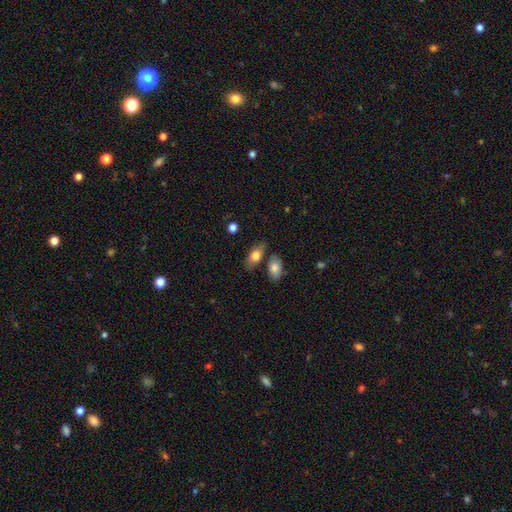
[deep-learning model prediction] A smooth galaxy with no disk features (73%) that is in between round and cigar-shaped (84%).

Vote fractions:
- Smooth or featured? smooth: 73% / featured or disk: 19% / star or artifact: 7%
- How rounded? in between: 84% / cigar-shaped: 9% / round: 8%
- Merging? none: 65% / minor disturbance: 16% / merger: 14% / major disturbance: 5%